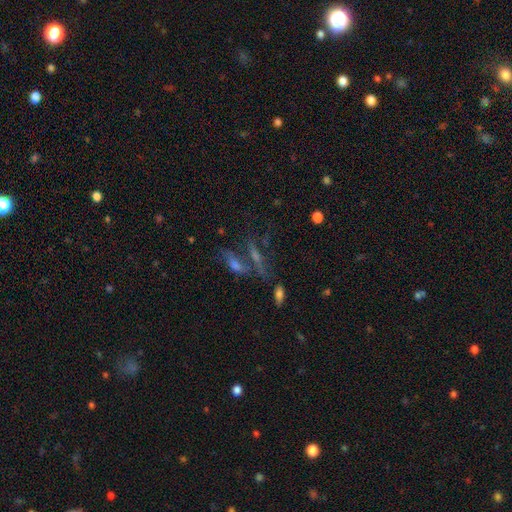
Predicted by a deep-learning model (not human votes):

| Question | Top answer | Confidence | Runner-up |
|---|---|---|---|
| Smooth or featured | featured or disk | 41% | smooth (31%) |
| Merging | none | 45% | merger (32%) |